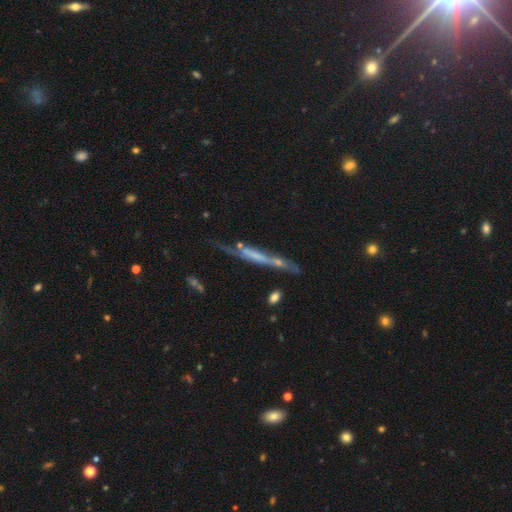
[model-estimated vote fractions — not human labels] Q: Smooth or featured?
A: featured or disk (63%); runner-up: smooth (27%)
Q: Edge-on disk?
A: yes (75%); runner-up: no (25%)
Q: Merging?
A: none (40%); runner-up: minor disturbance (23%)